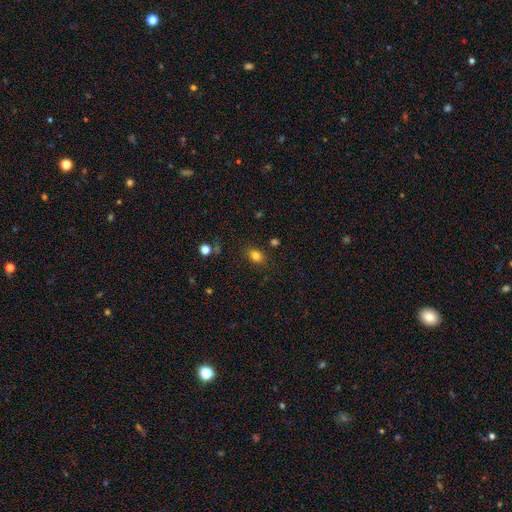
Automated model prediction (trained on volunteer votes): Smooth or featured: smooth — 81% (star or artifact — 12%)
How rounded: in between — 67% (round — 32%)
Merging: none — 83% (minor disturbance — 11%)